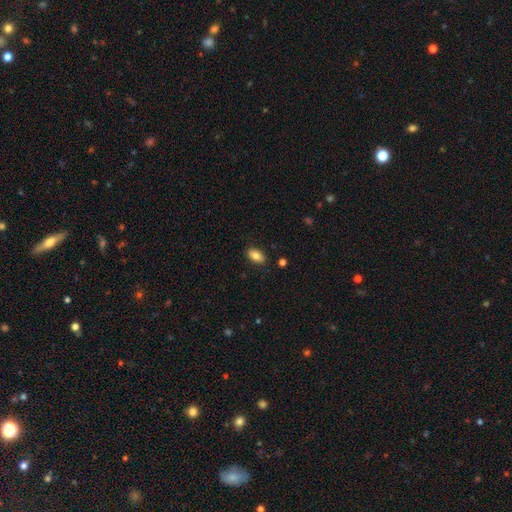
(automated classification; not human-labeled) This appears to be a smooth galaxy with no disk features (83%) that is in between round and cigar-shaped (92%). Merging: none (87%).